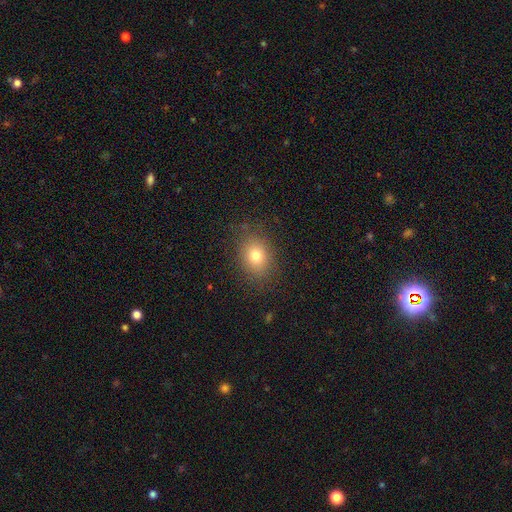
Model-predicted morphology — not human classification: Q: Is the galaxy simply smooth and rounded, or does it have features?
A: smooth — 77%.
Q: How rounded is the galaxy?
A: in between — 54%.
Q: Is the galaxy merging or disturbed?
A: none — 84%.